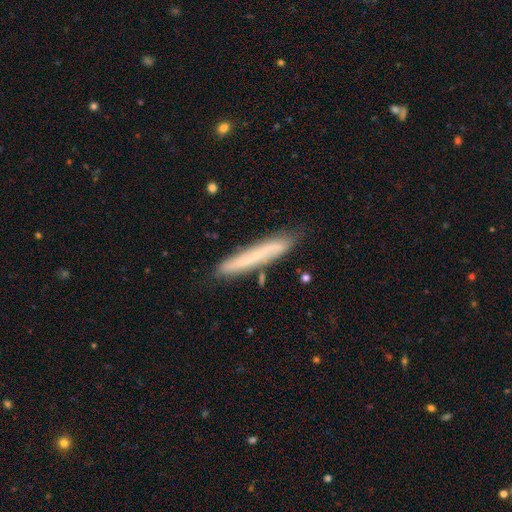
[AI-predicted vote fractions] smooth_or_featured: smooth (p=0.50) [alt: featured or disk p=0.43]
merging: none (p=0.80) [alt: minor disturbance p=0.14]